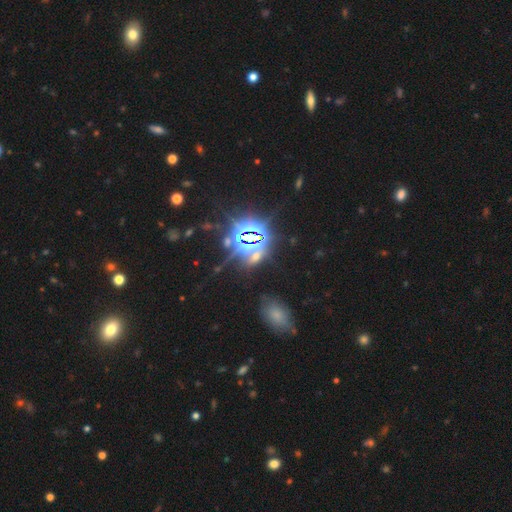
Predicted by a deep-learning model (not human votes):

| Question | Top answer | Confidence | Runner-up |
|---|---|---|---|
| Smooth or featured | star or artifact | 74% | smooth (16%) |